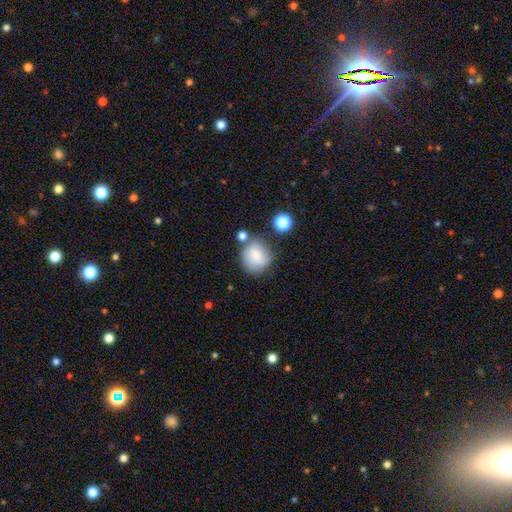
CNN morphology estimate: smooth 78%, featured or disk 13%, star or artifact 9%. Down the decision tree: how rounded — round (78%); merging — none (61%).